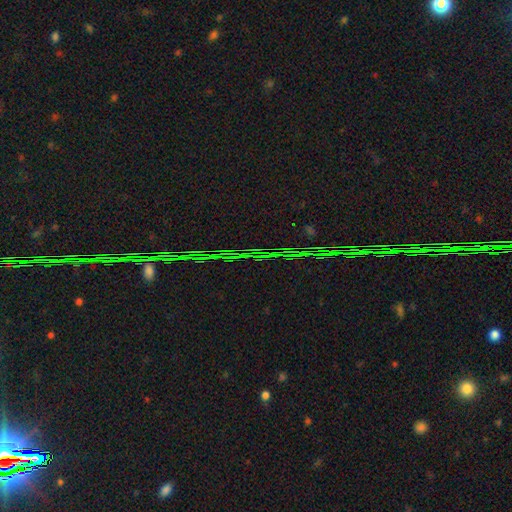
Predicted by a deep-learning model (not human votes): smooth_or_featured: star or artifact (p=0.85) [alt: featured or disk p=0.08]